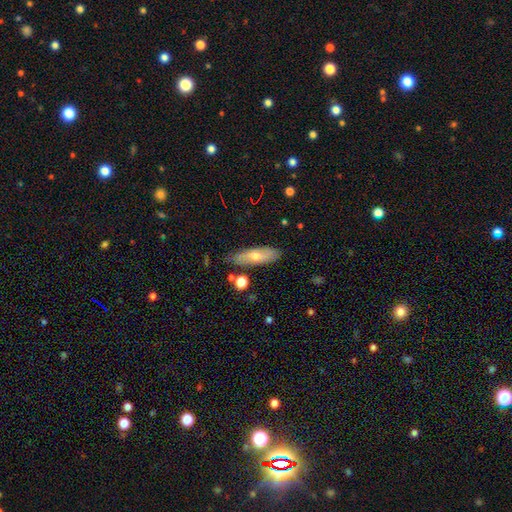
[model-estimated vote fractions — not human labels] A smooth galaxy with no disk features (58%) that is cigar-shaped (55%). Merging: none (80%).